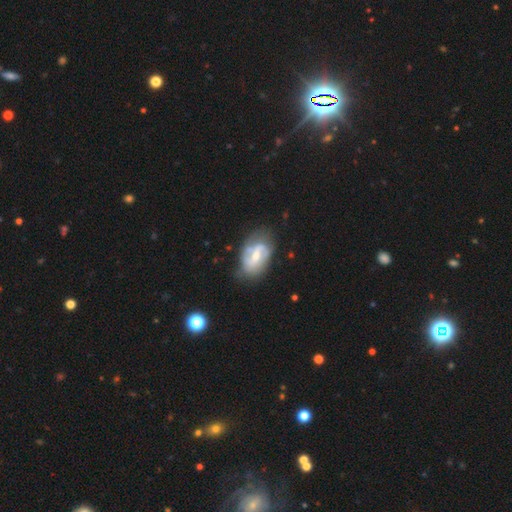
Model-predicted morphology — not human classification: Overall: featured or disk (76%). Edge-on disk: no (96%). Bar: weak (46%; strong 33%). Spiral arms: yes (83%). Spiral arm count: 2 (71%). Spiral winding: medium (40%; loose 36%). Bulge size: moderate (50%; small 44%). Merging: none (61%; minor disturbance 25%).